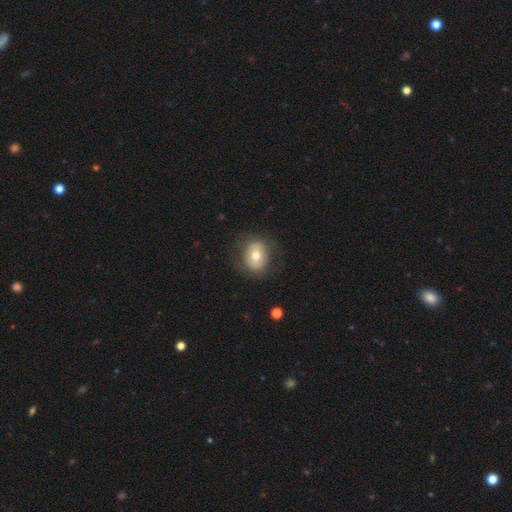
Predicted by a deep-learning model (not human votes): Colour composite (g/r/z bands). It shows a smooth galaxy with no disk features (63%) that is round (55%). Merging: none (76%).